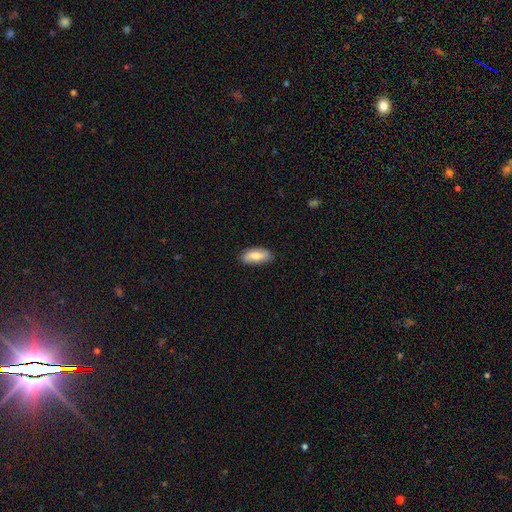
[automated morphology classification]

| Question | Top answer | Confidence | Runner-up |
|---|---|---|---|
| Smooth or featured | smooth | 75% | featured or disk (18%) |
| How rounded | in between | 85% | cigar-shaped (12%) |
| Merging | none | 81% | minor disturbance (15%) |